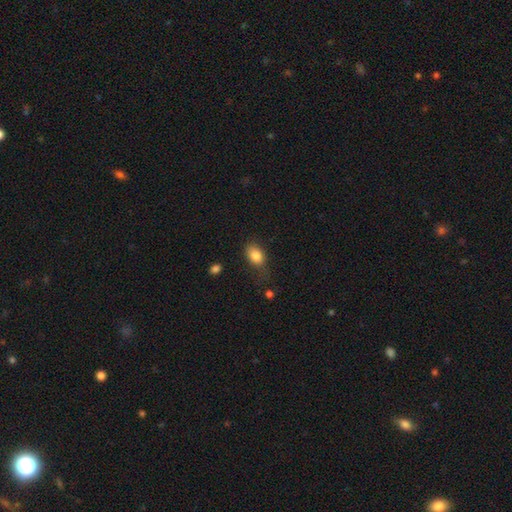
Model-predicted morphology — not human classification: smooth_or_featured: smooth (p=0.85) [alt: star or artifact p=0.08]
how_rounded: in between (p=0.79) [alt: round p=0.19]
merging: none (p=0.65) [alt: minor disturbance p=0.24]